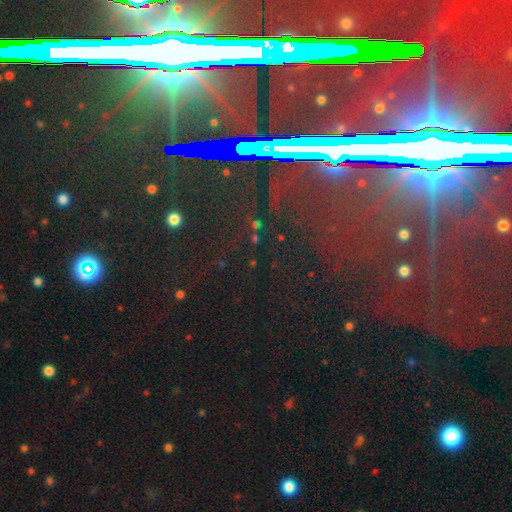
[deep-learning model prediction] Smooth or featured? star or artifact (82%)